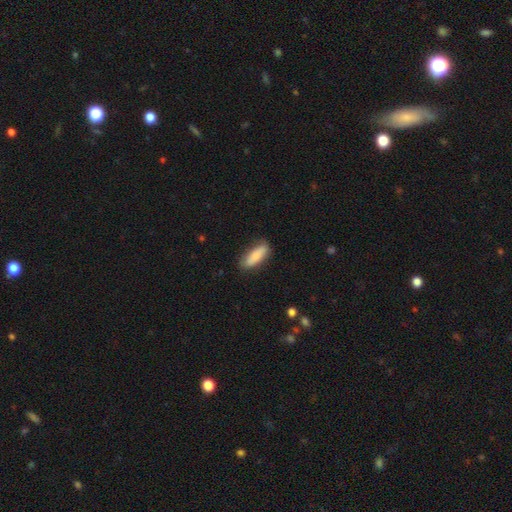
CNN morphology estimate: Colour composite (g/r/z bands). It shows a smooth galaxy with no disk features (79%) that is in between round and cigar-shaped (54%). Merging: none (82%).